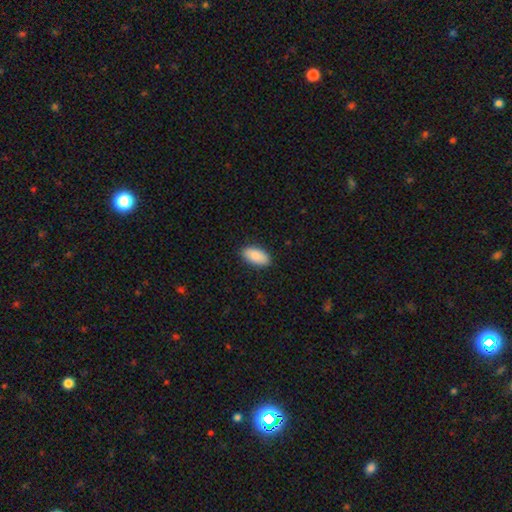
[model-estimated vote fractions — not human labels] Smooth or featured?
  - smooth: 90% *
  - star or artifact: 6%
  - featured or disk: 4%
How rounded?
  - in between: 94% *
  - cigar-shaped: 4%
  - round: 2%
Merging?
  - none: 89% *
  - minor disturbance: 8%
  - major disturbance: 2%
  - merger: 1%